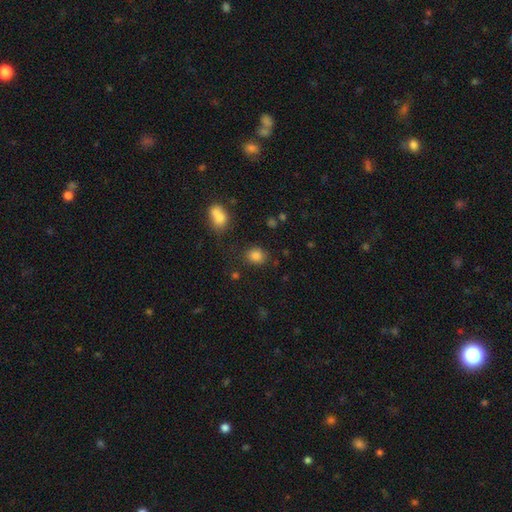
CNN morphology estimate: The model was most divided on "how rounded": round: 64%, in between: 35%, cigar-shaped: 1%. More confident: smooth or featured — smooth (82%); merging — none (81%).